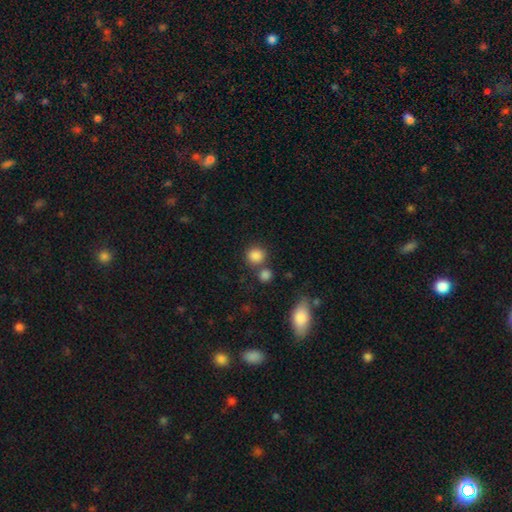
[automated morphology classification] Smooth or featured? Predicted: smooth (p=0.85). How rounded? Predicted: round (p=0.83). Merging? Predicted: none (p=0.67).